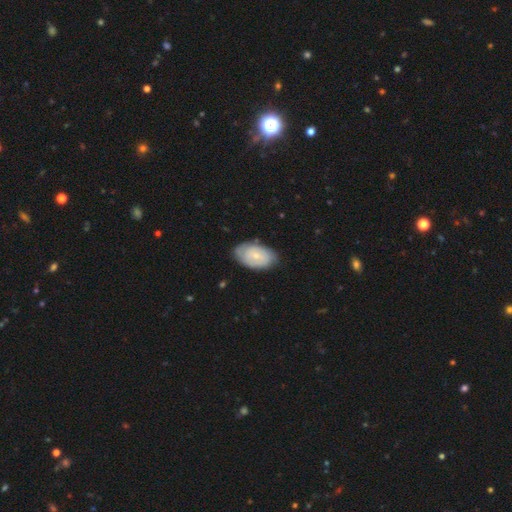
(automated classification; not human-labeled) smooth-or-featured: smooth: 48% | featured or disk: 46% | star or artifact: 6%
  merging: none: 72% | minor disturbance: 22% | major disturbance: 5% | merger: 1%